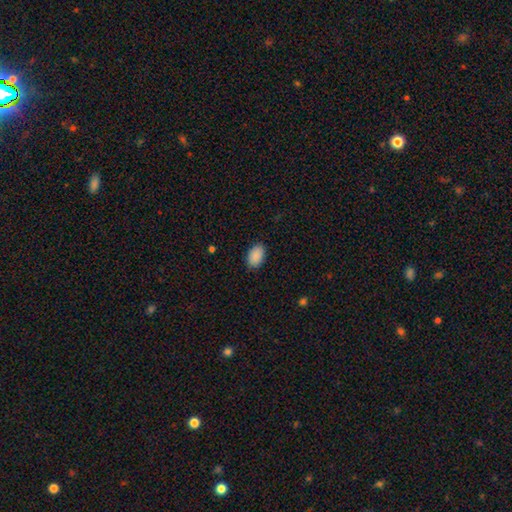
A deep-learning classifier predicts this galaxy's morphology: Smooth or featured? smooth (90%)
How rounded? in between (89%)
Merging? none (86%)